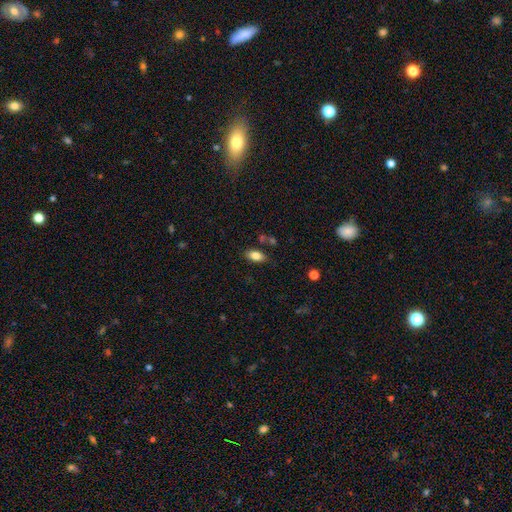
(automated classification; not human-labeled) A smooth galaxy with no disk features (83%) that is in between round and cigar-shaped (91%).

Vote fractions:
- Smooth or featured? smooth: 83% / featured or disk: 9% / star or artifact: 8%
- How rounded? in between: 91% / round: 5% / cigar-shaped: 4%
- Merging? none: 78% / minor disturbance: 13% / merger: 5% / major disturbance: 3%